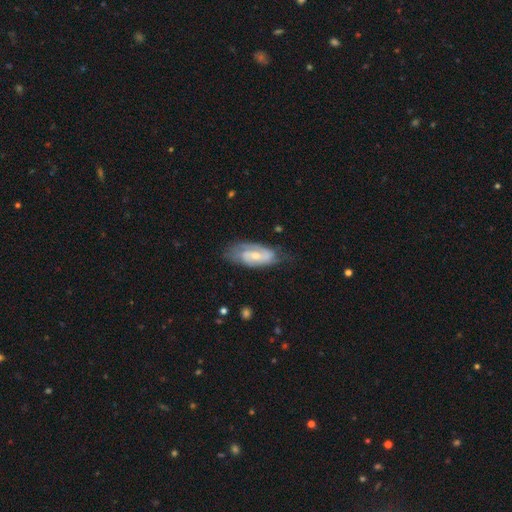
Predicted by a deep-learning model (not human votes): A featured or disk galaxy (75%) with a weak bar (45%), 2 (73%) medium (44%) spiral arms (91%) and a small central bulge (49%).

Vote fractions:
- Smooth or featured? featured or disk: 75% / smooth: 19% / star or artifact: 6%
- Edge-on disk? no: 94% / yes: 6%
- Bar? weak: 45% / no: 40% / strong: 15%
- Spiral arms? yes: 91% / no: 9%
- Spiral winding? medium: 44% / tight: 38% / loose: 18%
- Spiral arm count? 2: 73% / can't tell: 15% / 1: 5% / 3: 4% / 4: 1% / more than 4: 1%
- Bulge size? small: 49% / moderate: 45% / none: 3% / large: 2% / dominant: 1%
- Merging? none: 66% / minor disturbance: 24% / major disturbance: 9% / merger: 2%